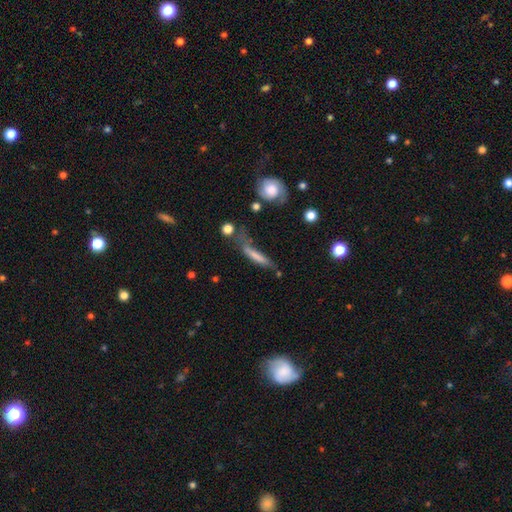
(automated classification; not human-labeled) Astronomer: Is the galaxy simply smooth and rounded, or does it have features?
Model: smooth — 64%.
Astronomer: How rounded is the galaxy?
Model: cigar-shaped — 83%.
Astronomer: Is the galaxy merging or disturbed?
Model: none — 40% (runner-up: minor disturbance, 27%).